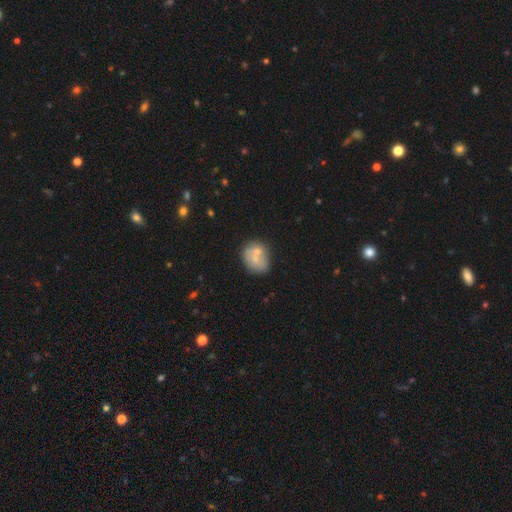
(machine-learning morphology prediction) A smooth galaxy with no disk features (65%) that is round (52%).

Vote fractions:
- Smooth or featured? smooth: 65% / featured or disk: 27% / star or artifact: 8%
- How rounded? round: 52% / in between: 47% / cigar-shaped: 1%
- Merging? none: 44% / merger: 34% / minor disturbance: 17% / major disturbance: 6%